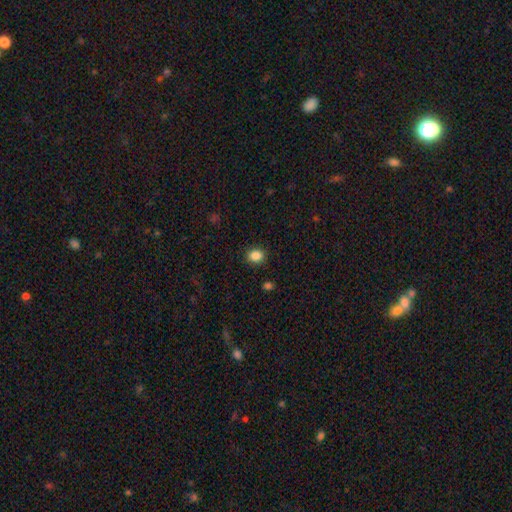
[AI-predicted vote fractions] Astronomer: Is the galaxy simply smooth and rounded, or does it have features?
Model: smooth — 86%.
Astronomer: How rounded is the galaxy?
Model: round — 62% (runner-up: in between, 37%).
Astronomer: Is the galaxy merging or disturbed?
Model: none — 90%.